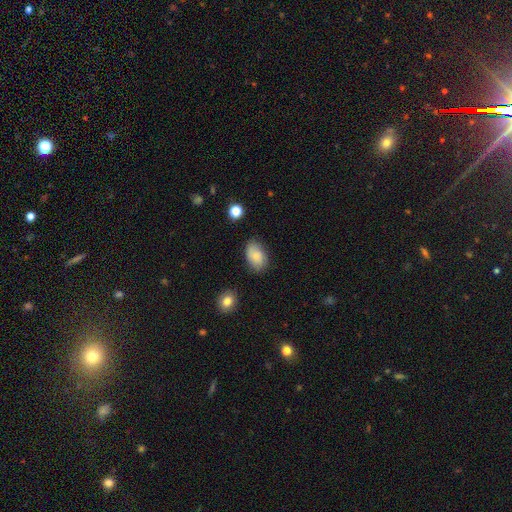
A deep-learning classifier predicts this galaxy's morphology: smooth_or_featured: smooth (p=0.80) [alt: featured or disk p=0.12]
how_rounded: in between (p=0.90) [alt: round p=0.08]
merging: none (p=0.77) [alt: minor disturbance p=0.17]